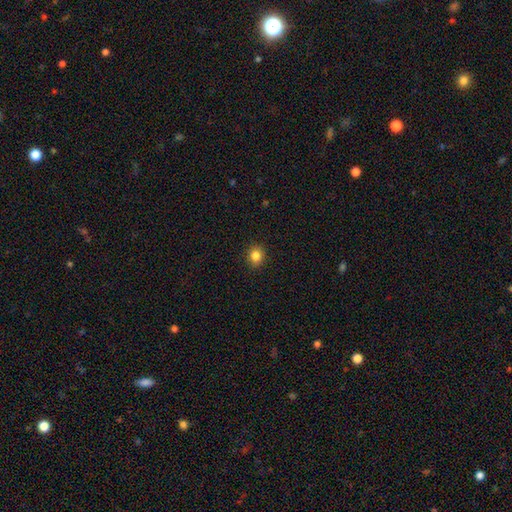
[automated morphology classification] smooth_or_featured: smooth (p=0.84) [alt: star or artifact p=0.11]
how_rounded: round (p=0.79) [alt: in between p=0.20]
merging: none (p=0.91) [alt: minor disturbance p=0.06]